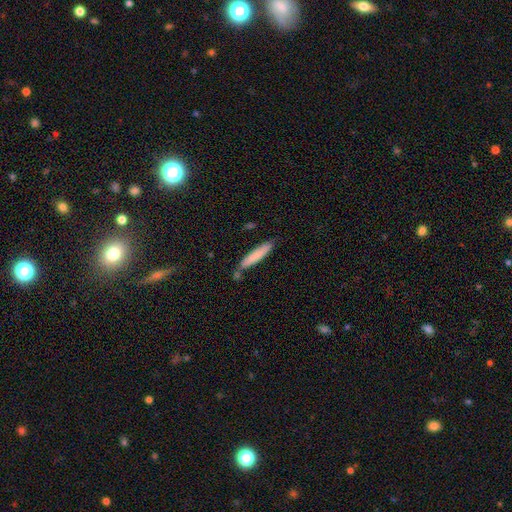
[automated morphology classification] This is likely a smooth galaxy (79%). How rounded: clearly cigar-shaped (90%). Merging: likely none (72%).